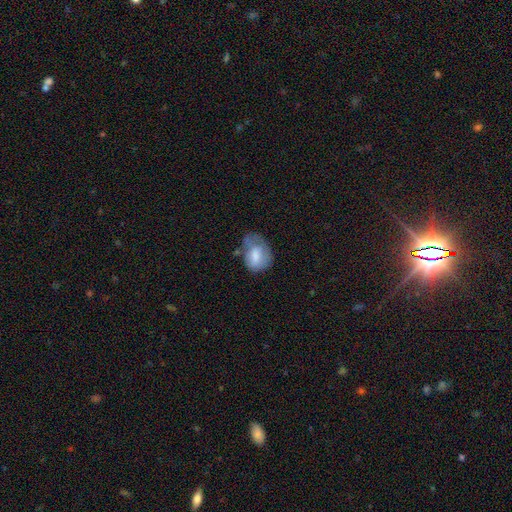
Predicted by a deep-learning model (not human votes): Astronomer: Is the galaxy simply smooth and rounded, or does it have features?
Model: smooth — 69%.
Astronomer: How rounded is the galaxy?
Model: in between — 66%.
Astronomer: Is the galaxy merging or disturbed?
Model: minor disturbance — 37% (runner-up: none, 32%).